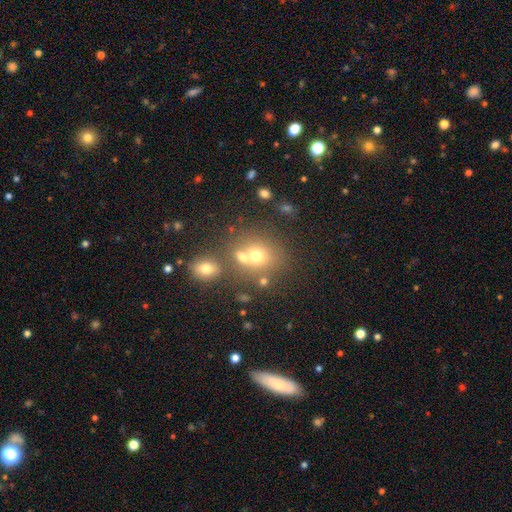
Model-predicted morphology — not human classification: This appears to be a smooth galaxy with no disk features (66%) that is round (73%). Merging: none (45%).